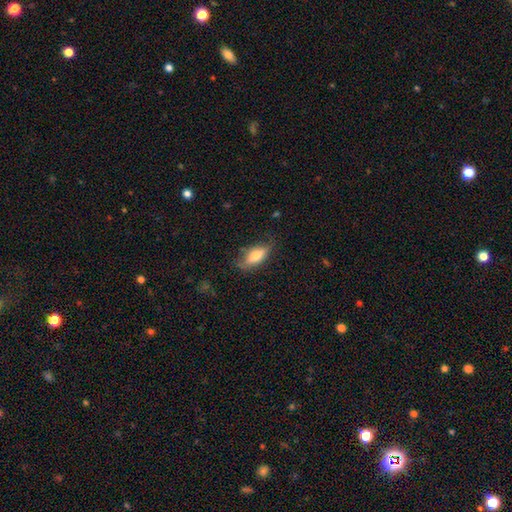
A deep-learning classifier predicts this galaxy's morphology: smooth-or-featured: smooth: 61% | featured or disk: 31% | star or artifact: 7%
  how-rounded: in between: 70% | cigar-shaped: 27% | round: 3%
  merging: none: 68% | minor disturbance: 24% | major disturbance: 6% | merger: 2%